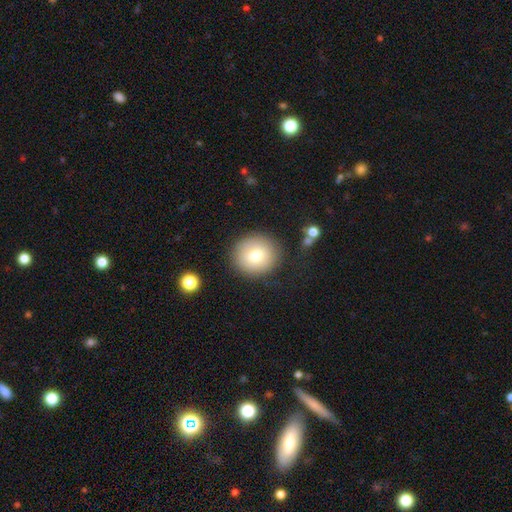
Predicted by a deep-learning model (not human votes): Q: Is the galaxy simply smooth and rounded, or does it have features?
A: smooth — 76%.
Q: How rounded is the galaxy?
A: round — 93%.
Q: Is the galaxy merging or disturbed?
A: none — 86%.